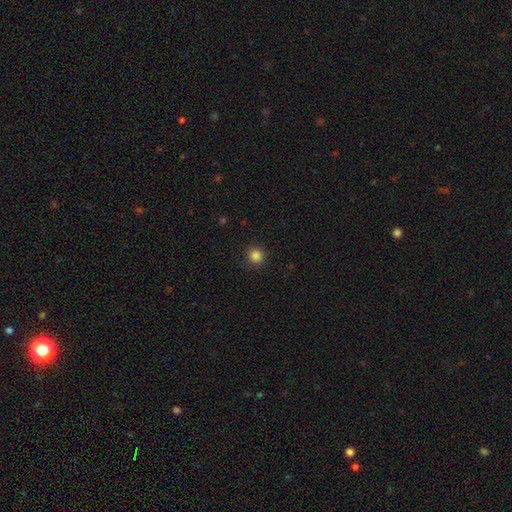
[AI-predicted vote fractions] Smooth or featured: smooth — 85% (star or artifact — 12%)
How rounded: round — 93% (in between — 6%)
Merging: none — 90% (minor disturbance — 6%)